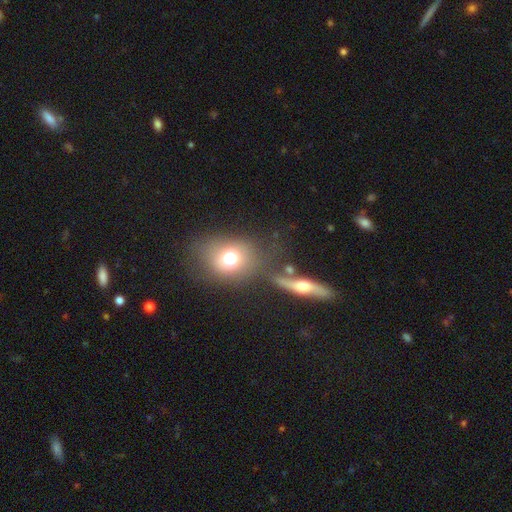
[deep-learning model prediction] A smooth galaxy with no disk features (61%) that is round (49%). Merging: none (65%).